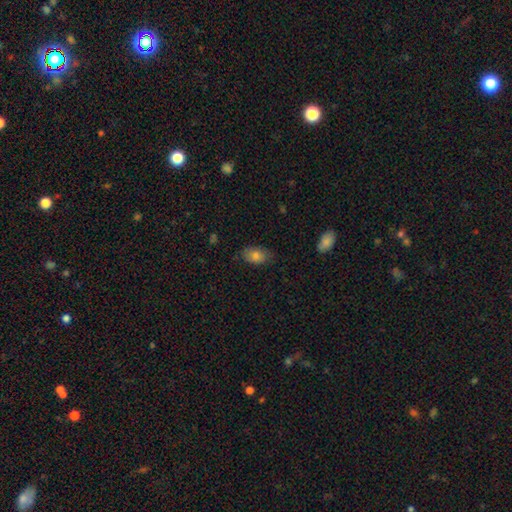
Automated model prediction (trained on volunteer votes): Overall: smooth (78%). How rounded: in between (88%). Merging: none (77%).